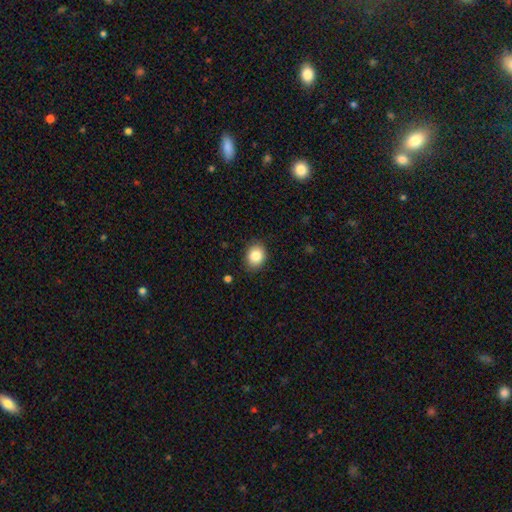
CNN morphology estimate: Q: Smooth or featured?
A: smooth (84%); runner-up: star or artifact (9%)
Q: How rounded?
A: round (54%); runner-up: in between (45%)
Q: Merging?
A: none (87%); runner-up: minor disturbance (9%)